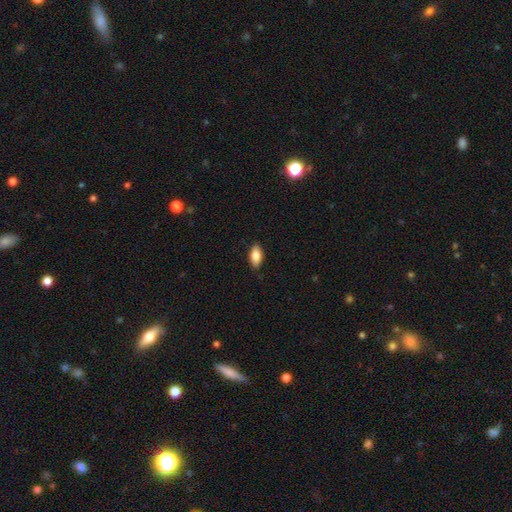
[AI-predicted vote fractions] Morphology: type=smooth (83%); roundness=in between (89%); merging=none (86%).